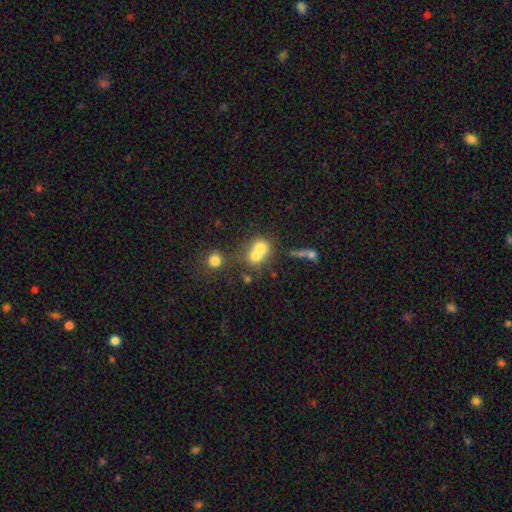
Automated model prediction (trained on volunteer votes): smooth-or-featured: smooth: 68% | featured or disk: 20% | star or artifact: 12%
  how-rounded: round: 73% | in between: 26% | cigar-shaped: 1%
  merging: merger: 66% | none: 25% | minor disturbance: 6% | major disturbance: 4%